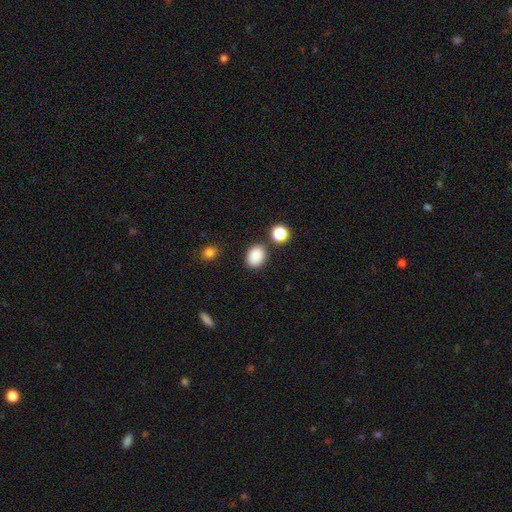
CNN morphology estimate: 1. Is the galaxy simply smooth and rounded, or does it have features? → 87% smooth, 9% star or artifact, 3% featured or disk.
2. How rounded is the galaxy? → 68% in between, 31% round, 1% cigar-shaped.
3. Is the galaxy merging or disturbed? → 82% none, 10% minor disturbance, 5% merger, 3% major disturbance.